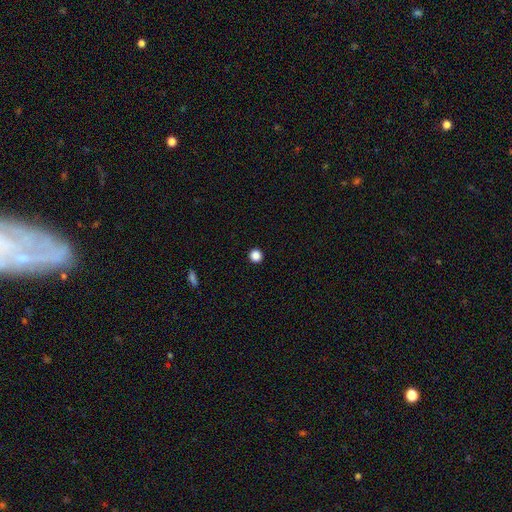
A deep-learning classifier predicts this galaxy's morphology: smooth_or_featured: smooth (p=0.86) [alt: star or artifact p=0.11]
how_rounded: round (p=0.95) [alt: in between p=0.04]
merging: none (p=0.94) [alt: minor disturbance p=0.04]